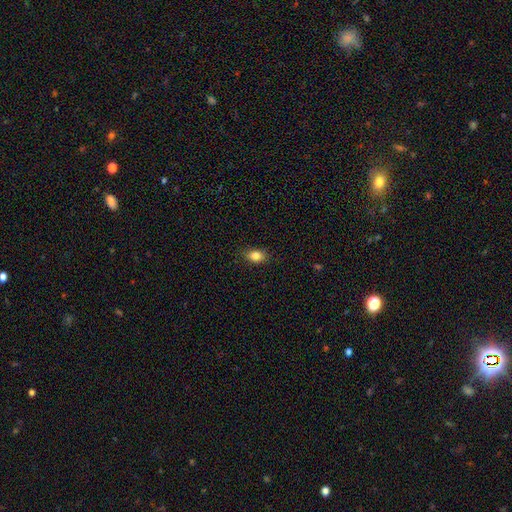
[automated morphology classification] Smooth or featured? Predicted: smooth (p=0.83). How rounded? Predicted: in between (p=0.78). Merging? Predicted: none (p=0.86).